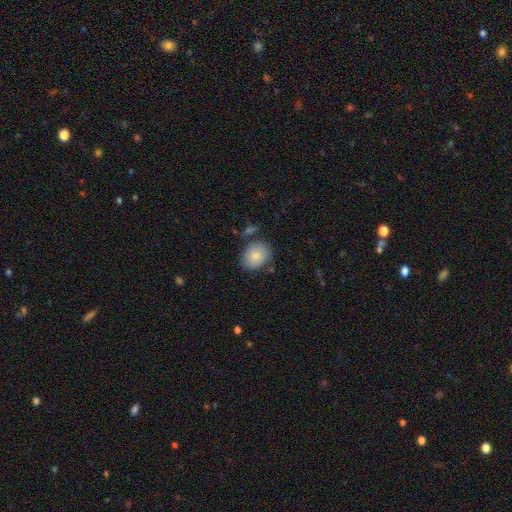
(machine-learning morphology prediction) This is likely a smooth galaxy (80%). How rounded: possibly in between (59%). Merging: likely none (73%).